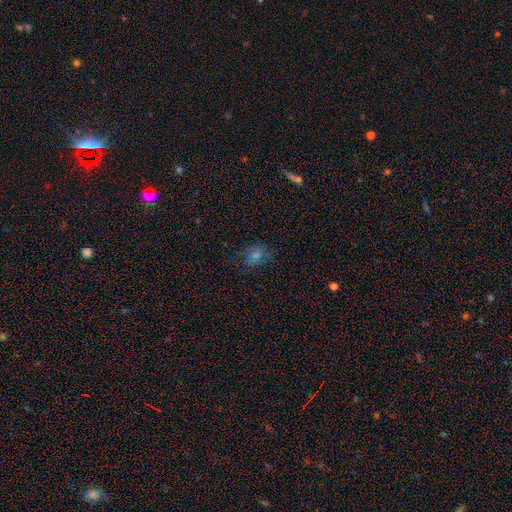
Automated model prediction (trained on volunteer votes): Q: Smooth or featured?
A: smooth (48%); runner-up: star or artifact (31%)
Q: Merging?
A: none (72%); runner-up: minor disturbance (18%)